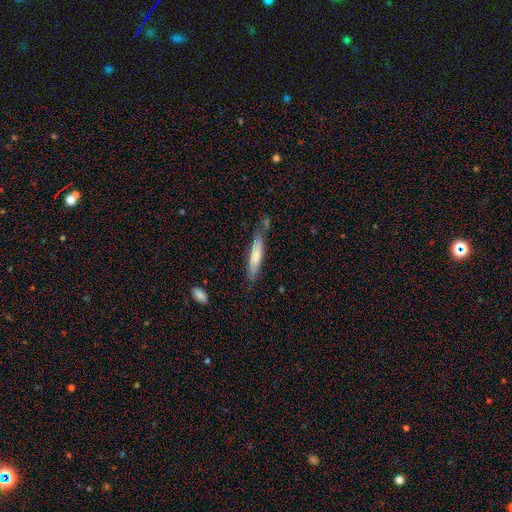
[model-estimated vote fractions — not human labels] Overall: smooth (71%). How rounded: cigar-shaped (86%). Merging: none (65%).